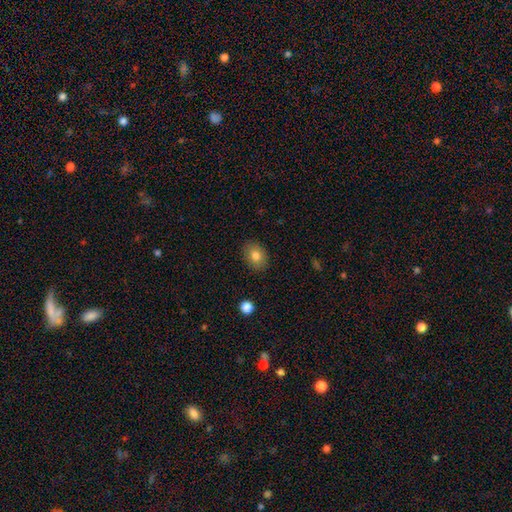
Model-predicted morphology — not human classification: Overall: smooth (81%). How rounded: in between (68%; round 31%). Merging: none (87%).